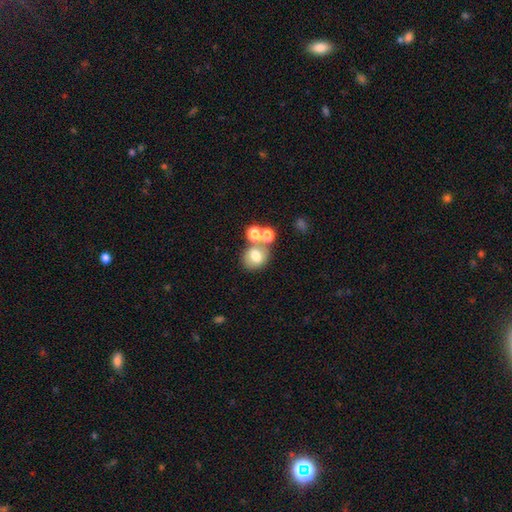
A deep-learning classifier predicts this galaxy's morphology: This appears to be a smooth galaxy with no disk features (68%) that is round (62%). Merging: none (51%).